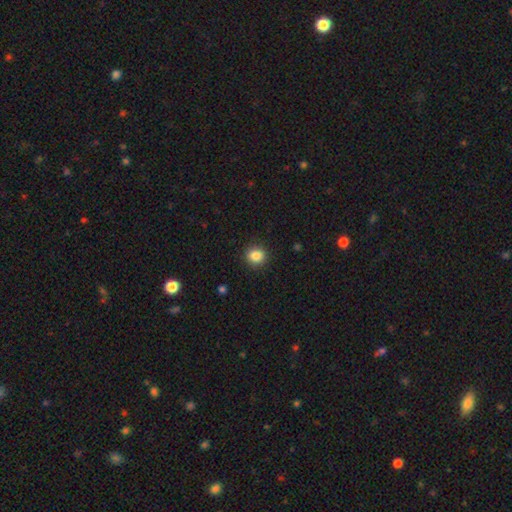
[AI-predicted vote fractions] Q: Smooth or featured?
A: smooth (86%); runner-up: star or artifact (10%)
Q: How rounded?
A: round (84%); runner-up: in between (15%)
Q: Merging?
A: none (90%); runner-up: minor disturbance (7%)